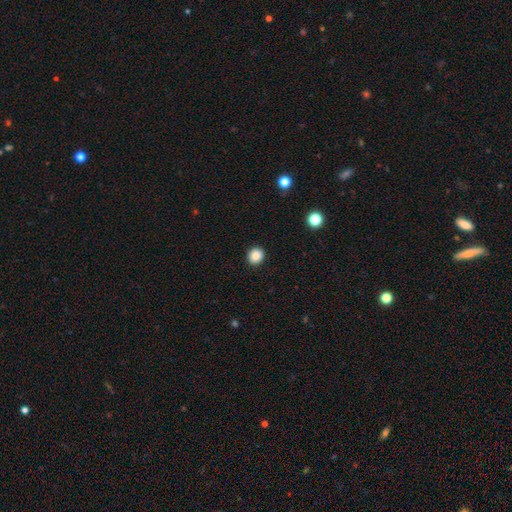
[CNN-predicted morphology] smooth_or_featured: smooth (p=0.87) [alt: star or artifact p=0.10]
how_rounded: round (p=0.80) [alt: in between p=0.19]
merging: none (p=0.92) [alt: minor disturbance p=0.05]